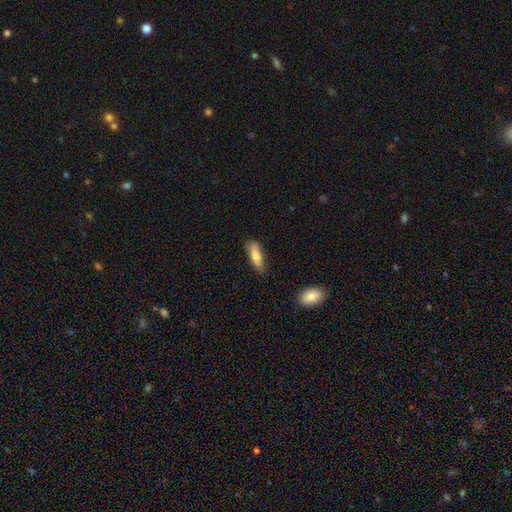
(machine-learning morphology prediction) Smooth or featured?
  - smooth: 73% *
  - featured or disk: 21%
  - star or artifact: 6%
How rounded?
  - cigar-shaped: 50% *
  - in between: 48%
  - round: 2%
Merging?
  - none: 76% *
  - minor disturbance: 18%
  - major disturbance: 3%
  - merger: 2%